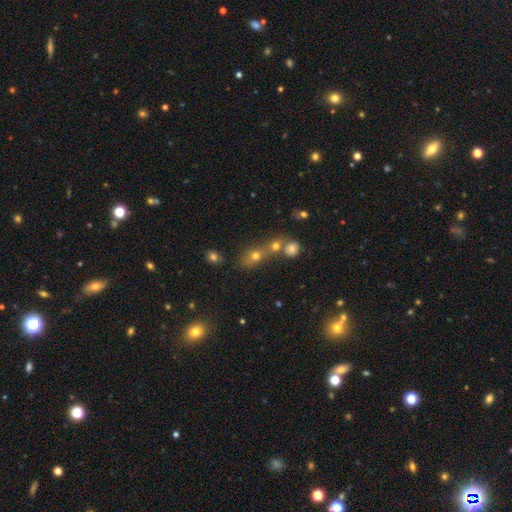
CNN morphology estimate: type=smooth (57%); roundness=in between (47%); merging=merger (44%).